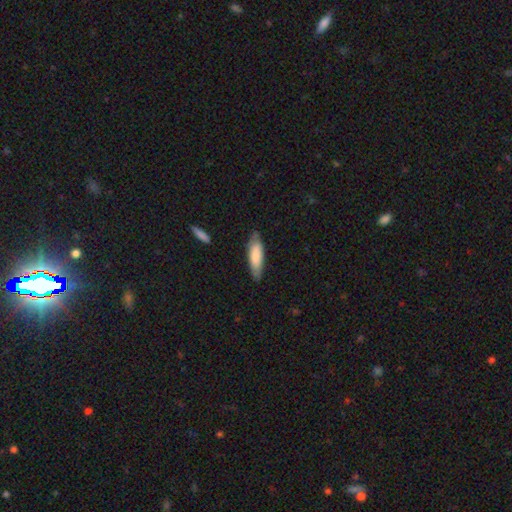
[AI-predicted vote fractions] This is likely a smooth galaxy (78%). How rounded: possibly cigar-shaped (53%). Merging: likely none (71%).